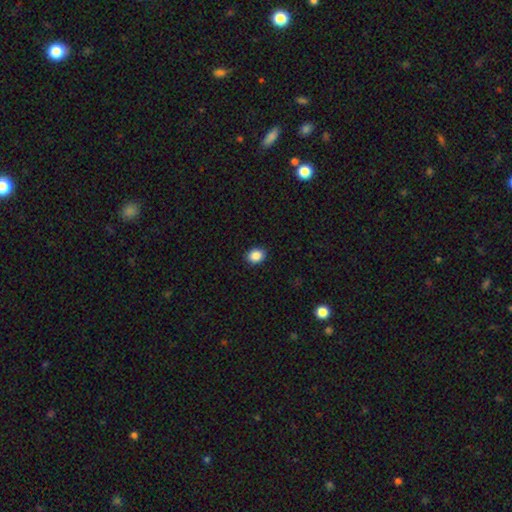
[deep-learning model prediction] This appears to be a smooth galaxy with no disk features (88%) that is round (58%). Merging: none (91%).